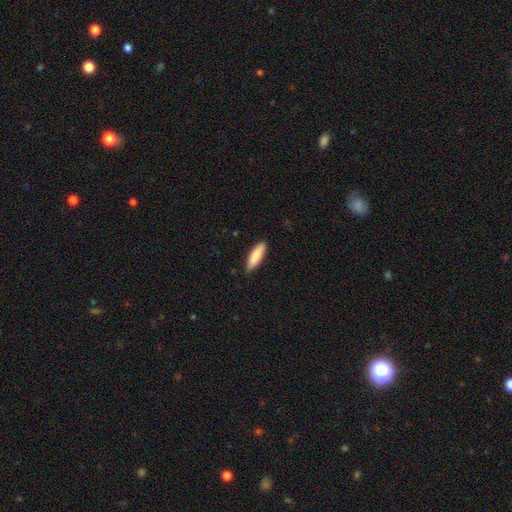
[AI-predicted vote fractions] Smooth or featured?
  - smooth: 86% *
  - featured or disk: 8%
  - star or artifact: 5%
How rounded?
  - cigar-shaped: 55% *
  - in between: 43%
  - round: 1%
Merging?
  - none: 85% *
  - minor disturbance: 12%
  - major disturbance: 2%
  - merger: 1%